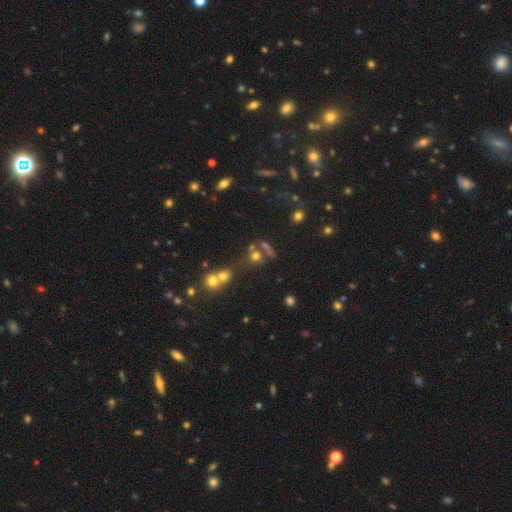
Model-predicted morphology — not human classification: The model was most divided on "merging": none: 46%, merger: 34%, minor disturbance: 11%, major disturbance: 8%. More confident: how rounded — round (75%); smooth or featured — smooth (60%).